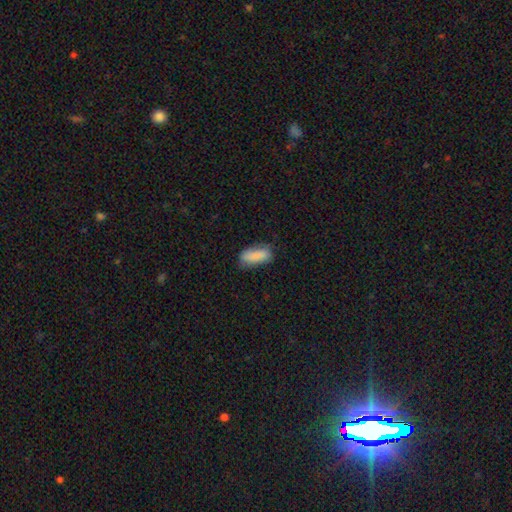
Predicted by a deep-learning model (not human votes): smooth 86%, featured or disk 7%, star or artifact 7%. Down the decision tree: how rounded — in between (76%); merging — none (66%).